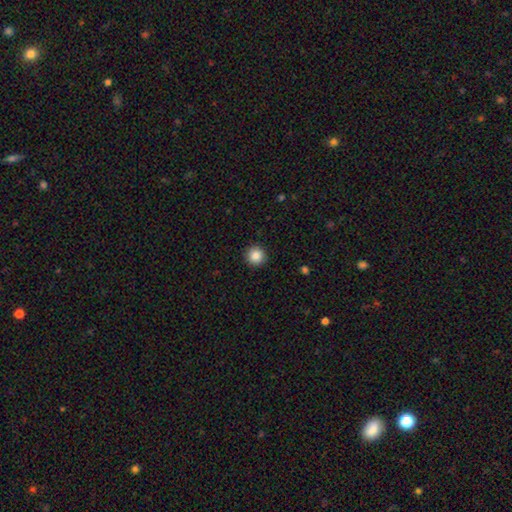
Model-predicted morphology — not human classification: A smooth galaxy with no disk features (87%) that is round (95%).

Vote fractions:
- Smooth or featured? smooth: 87% / star or artifact: 9% / featured or disk: 4%
- How rounded? round: 95% / in between: 4% / cigar-shaped: 1%
- Merging? none: 93% / minor disturbance: 5% / major disturbance: 2% / merger: 1%